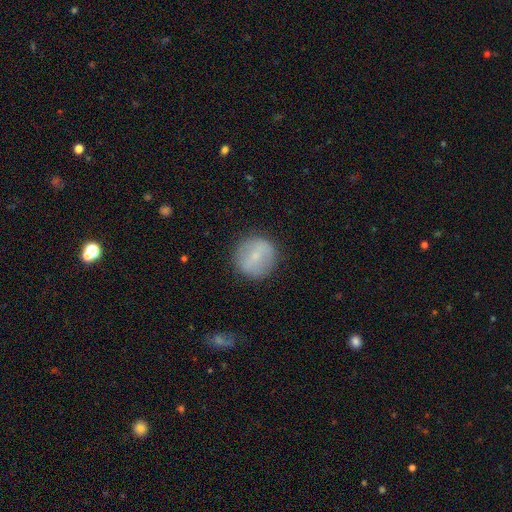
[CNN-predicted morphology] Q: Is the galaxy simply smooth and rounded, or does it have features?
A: smooth — 60%.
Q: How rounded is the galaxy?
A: round — 92%.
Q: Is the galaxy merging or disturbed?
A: none — 87%.